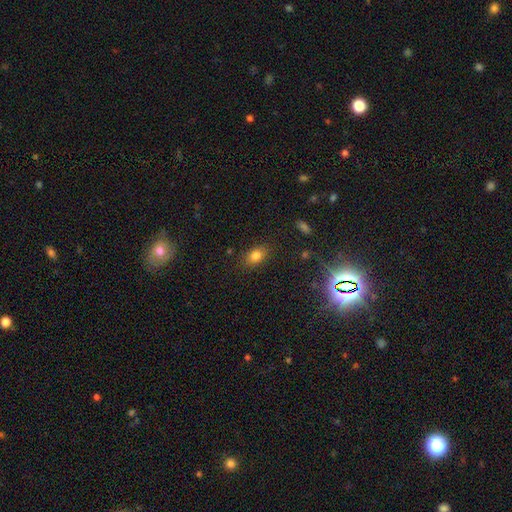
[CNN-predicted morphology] A smooth galaxy with no disk features (79%) that is in between round and cigar-shaped (78%).

Vote fractions:
- Smooth or featured? smooth: 79% / star or artifact: 13% / featured or disk: 8%
- How rounded? in between: 78% / round: 19% / cigar-shaped: 3%
- Merging? none: 83% / minor disturbance: 12% / major disturbance: 3% / merger: 2%